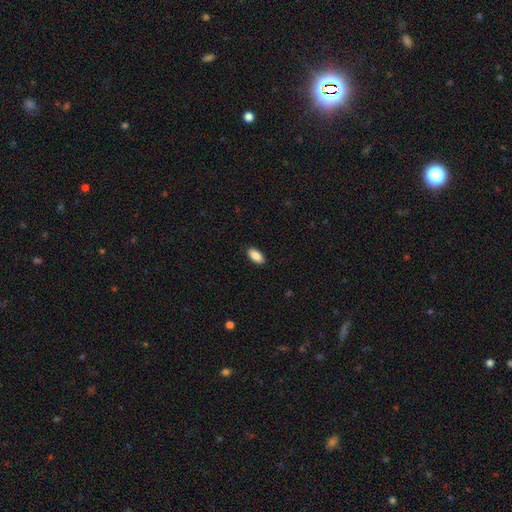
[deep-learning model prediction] Smooth or featured? smooth (89%)
How rounded? in between (93%)
Merging? none (89%)